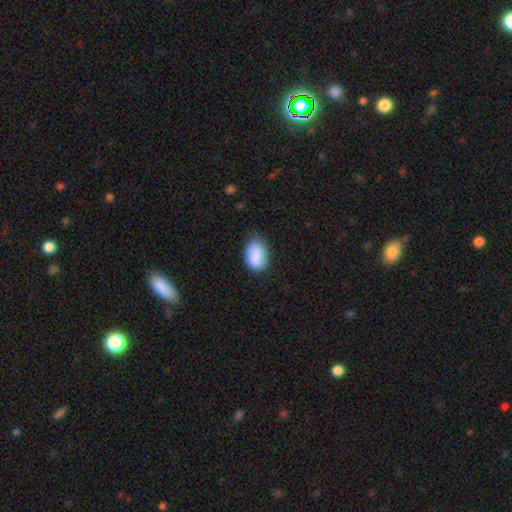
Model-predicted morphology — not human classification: This is clearly a smooth galaxy (86%). How rounded: clearly in between (84%). Merging: likely none (68%).